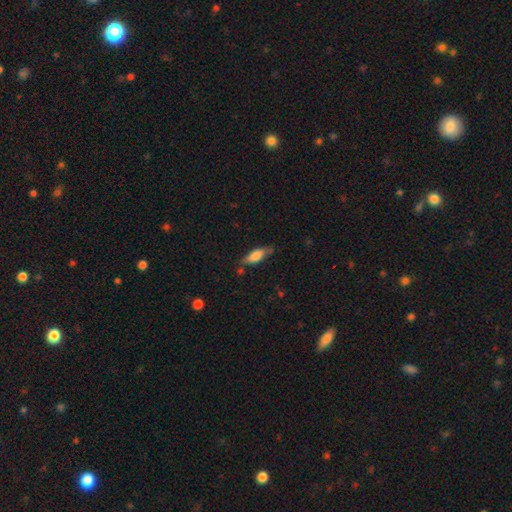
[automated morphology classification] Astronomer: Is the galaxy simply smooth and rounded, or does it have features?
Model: smooth — 74%.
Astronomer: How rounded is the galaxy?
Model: in between — 61% (runner-up: cigar-shaped, 37%).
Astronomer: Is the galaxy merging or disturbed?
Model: none — 67%.